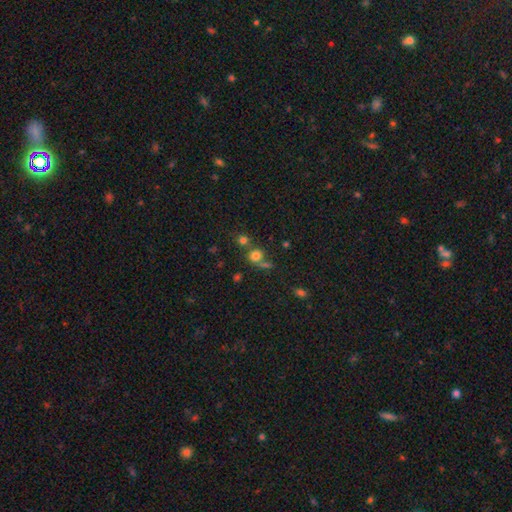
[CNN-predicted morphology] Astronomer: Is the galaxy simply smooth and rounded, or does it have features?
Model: smooth — 73%.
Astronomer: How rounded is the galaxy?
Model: round — 81%.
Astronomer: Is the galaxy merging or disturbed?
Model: none — 58%.